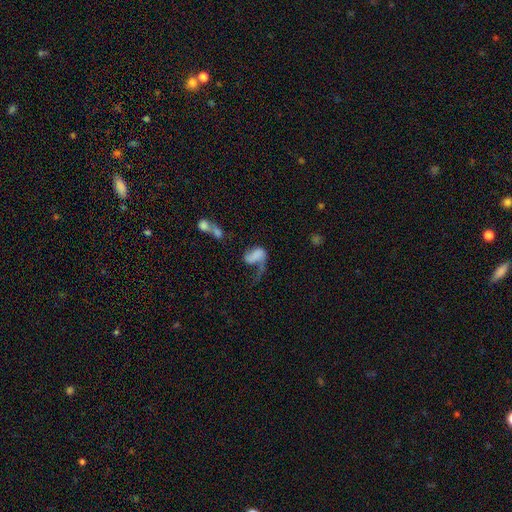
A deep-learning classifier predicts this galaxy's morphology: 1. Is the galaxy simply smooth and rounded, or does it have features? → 45% smooth, 44% featured or disk, 11% star or artifact.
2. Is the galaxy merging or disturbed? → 51% major disturbance, 20% none, 15% merger, 14% minor disturbance.